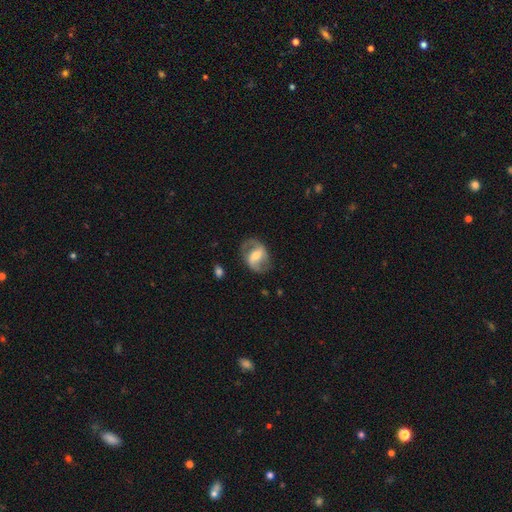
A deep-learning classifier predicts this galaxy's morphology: A featured or disk galaxy (74%) with a strong bar (41%), 2 (86%) medium (45%) spiral arms (85%) and a moderate central bulge (61%).

Vote fractions:
- Smooth or featured? featured or disk: 74% / smooth: 20% / star or artifact: 6%
- Edge-on disk? no: 96% / yes: 4%
- Bar? strong: 41% / weak: 39% / no: 20%
- Spiral arms? yes: 85% / no: 15%
- Spiral winding? medium: 45% / loose: 37% / tight: 18%
- Spiral arm count? 2: 86% / can't tell: 7% / 1: 4% / 3: 1% / 4: 1% / more than 4: 1%
- Bulge size? moderate: 61% / small: 31% / large: 6% / none: 2% / dominant: 1%
- Merging? none: 74% / minor disturbance: 16% / major disturbance: 8% / merger: 1%